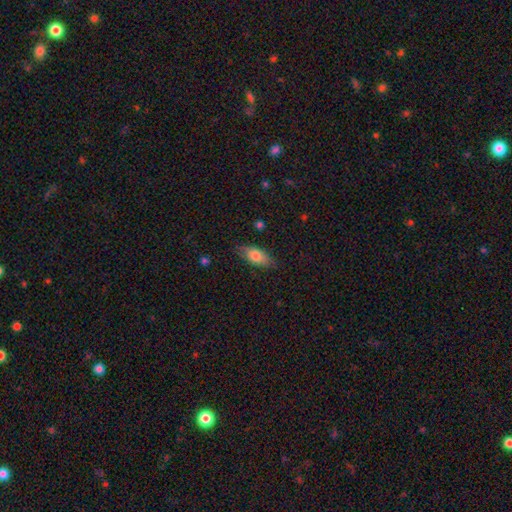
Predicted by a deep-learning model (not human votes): Smooth or featured?
  - smooth: 76% *
  - featured or disk: 17%
  - star or artifact: 7%
How rounded?
  - in between: 84% *
  - cigar-shaped: 12%
  - round: 4%
Merging?
  - none: 78% *
  - minor disturbance: 17%
  - major disturbance: 4%
  - merger: 1%